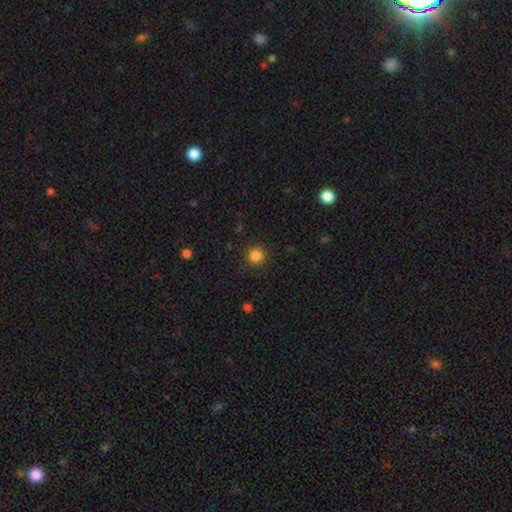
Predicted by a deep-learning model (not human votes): smooth_or_featured: smooth (p=0.84) [alt: star or artifact p=0.12]
how_rounded: round (p=0.94) [alt: in between p=0.05]
merging: none (p=0.90) [alt: minor disturbance p=0.06]